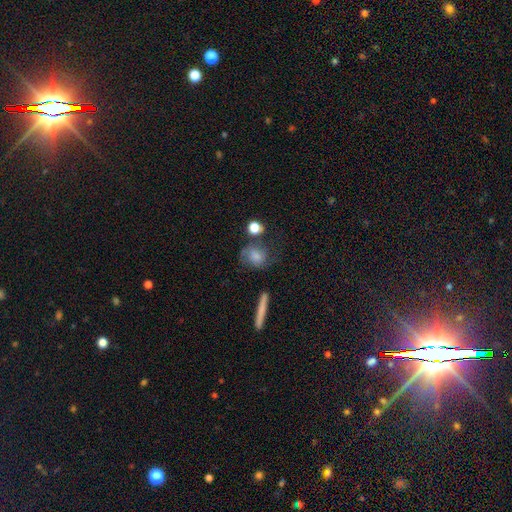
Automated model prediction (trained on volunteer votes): This appears to be a smooth galaxy with no disk features (54%) that is round (66%). Merging: none (55%).